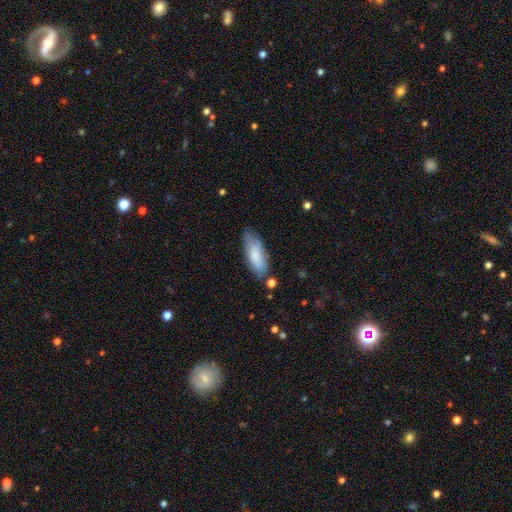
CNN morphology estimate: Smooth or featured: smooth — 82% (featured or disk — 12%)
How rounded: in between — 67% (cigar-shaped — 31%)
Merging: none — 70% (minor disturbance — 22%)